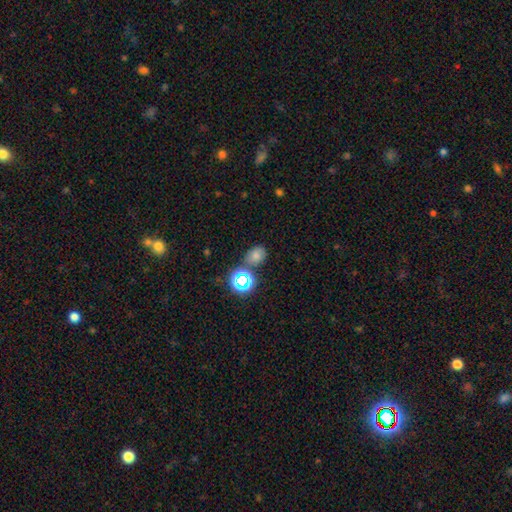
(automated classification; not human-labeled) A smooth galaxy with no disk features (66%) that is in between round and cigar-shaped (61%). Merging: none (69%).